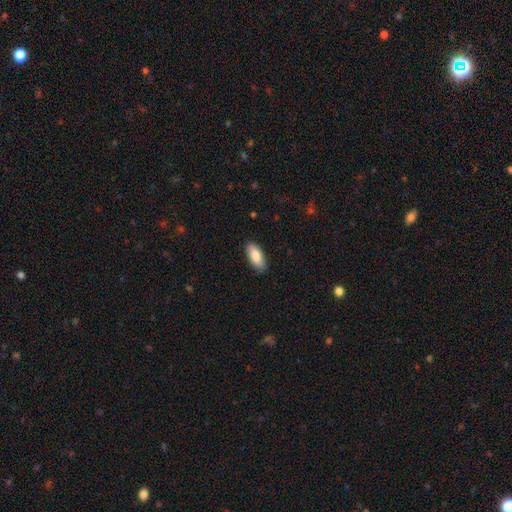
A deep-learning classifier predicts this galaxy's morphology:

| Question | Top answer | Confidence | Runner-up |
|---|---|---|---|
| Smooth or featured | smooth | 86% | featured or disk (9%) |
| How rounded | in between | 84% | cigar-shaped (14%) |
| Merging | none | 88% | minor disturbance (9%) |